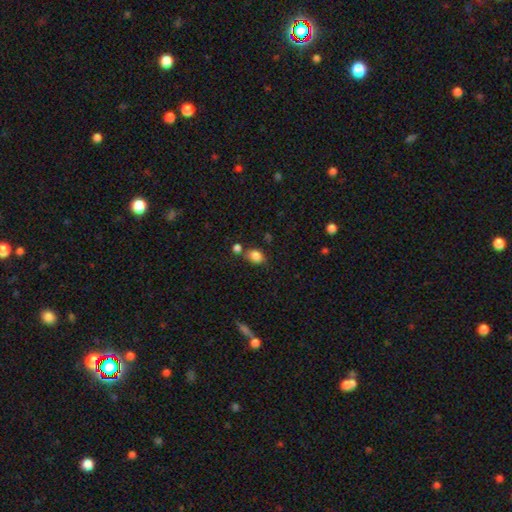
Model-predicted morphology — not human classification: smooth-or-featured: smooth: 85% | star or artifact: 10% | featured or disk: 6%
  how-rounded: in between: 67% | round: 32% | cigar-shaped: 1%
  merging: none: 63% | merger: 17% | minor disturbance: 15% | major disturbance: 5%